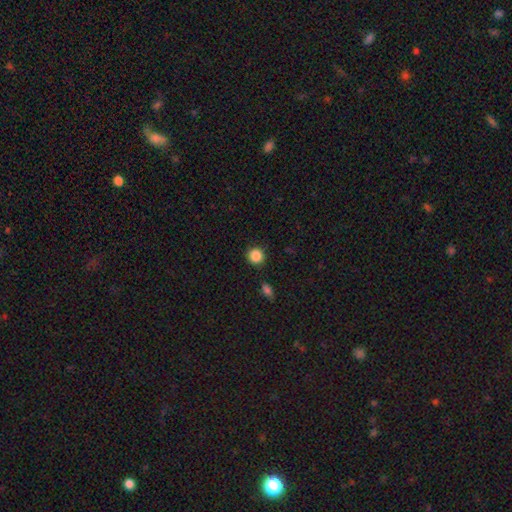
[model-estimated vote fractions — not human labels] Q: Smooth or featured?
A: smooth (87%); runner-up: star or artifact (10%)
Q: How rounded?
A: round (93%); runner-up: in between (6%)
Q: Merging?
A: none (89%); runner-up: minor disturbance (7%)